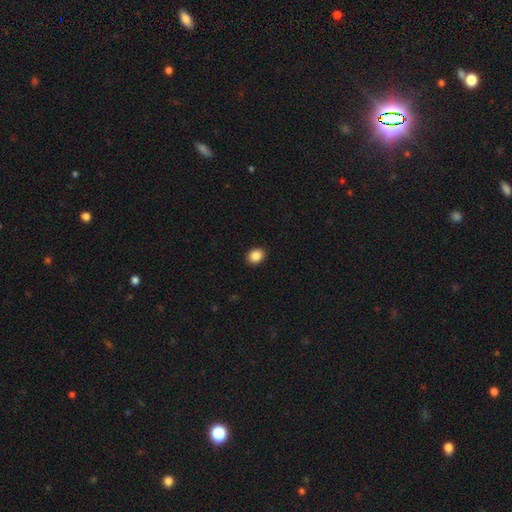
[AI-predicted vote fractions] A smooth galaxy with no disk features (88%) that is round (52%).

Vote fractions:
- Smooth or featured? smooth: 88% / star or artifact: 9% / featured or disk: 3%
- How rounded? round: 52% / in between: 47% / cigar-shaped: 1%
- Merging? none: 91% / minor disturbance: 6% / major disturbance: 2% / merger: 1%